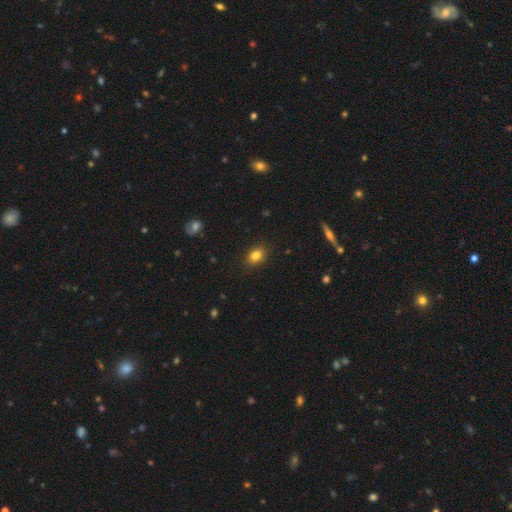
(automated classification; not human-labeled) A smooth galaxy with no disk features (83%) that is in between round and cigar-shaped (70%). Merging: none (88%).